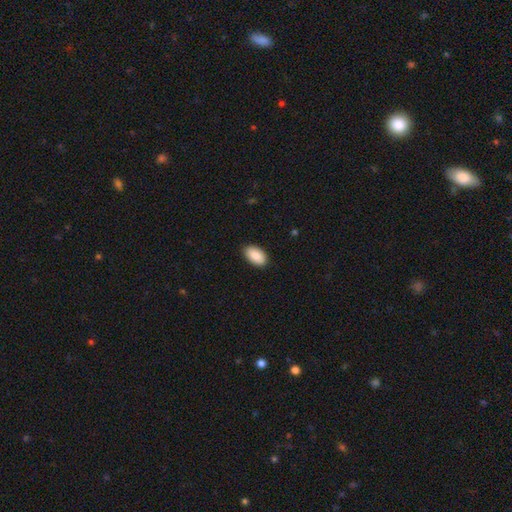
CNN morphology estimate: This appears to be a smooth galaxy with no disk features (90%) that is in between round and cigar-shaped (95%). Merging: none (89%).